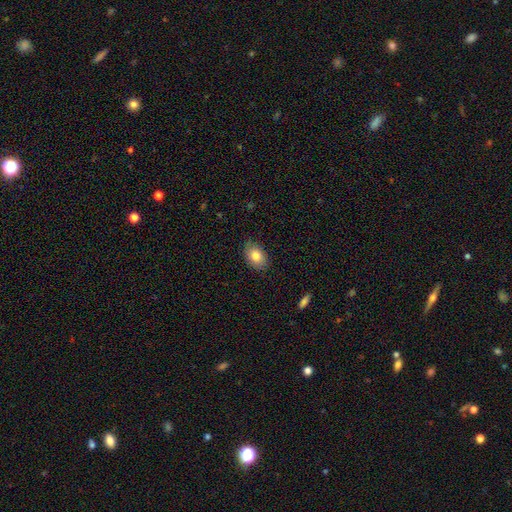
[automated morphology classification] Smooth or featured: smooth — 83% (featured or disk — 10%)
How rounded: in between — 86% (round — 12%)
Merging: none — 82% (minor disturbance — 14%)